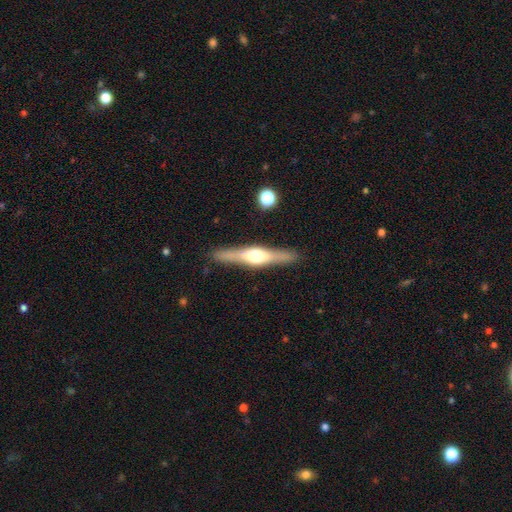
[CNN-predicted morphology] A featured or disk galaxy (71%) viewed edge-on (97%) with a rounded central bulge (90%). Merging: none (89%).